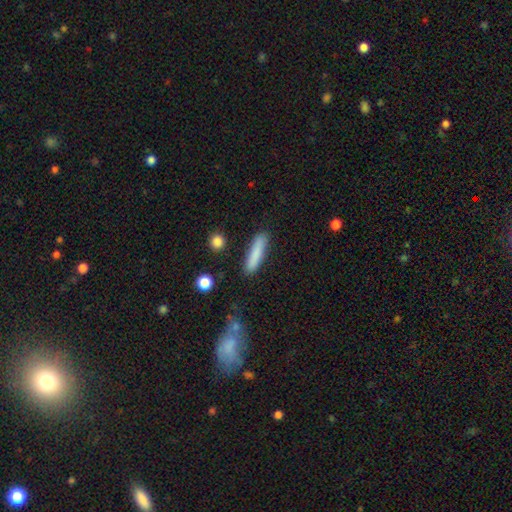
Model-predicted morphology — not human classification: Q: Smooth or featured?
A: smooth (83%); runner-up: featured or disk (10%)
Q: How rounded?
A: cigar-shaped (85%); runner-up: in between (13%)
Q: Merging?
A: none (87%); runner-up: minor disturbance (9%)